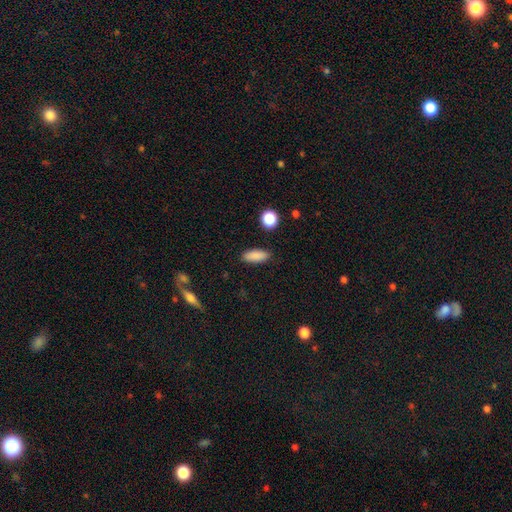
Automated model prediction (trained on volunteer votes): Smooth or featured: smooth — 87% (star or artifact — 8%)
How rounded: in between — 74% (cigar-shaped — 23%)
Merging: none — 87% (minor disturbance — 9%)